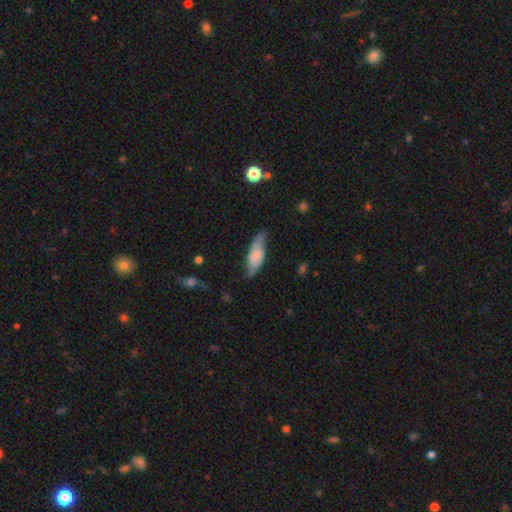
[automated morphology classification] Smooth or featured? Predicted: smooth (p=0.57). How rounded? Predicted: in between (p=0.66). Merging? Predicted: none (p=0.55).